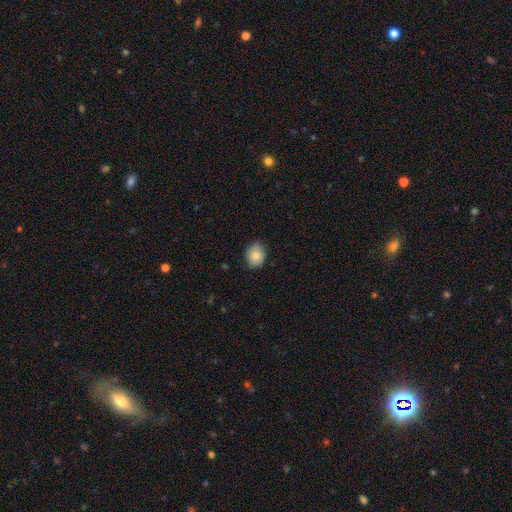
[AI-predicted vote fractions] Smooth or featured: smooth — 80% (featured or disk — 12%)
How rounded: round — 59% (in between — 40%)
Merging: none — 79% (minor disturbance — 17%)